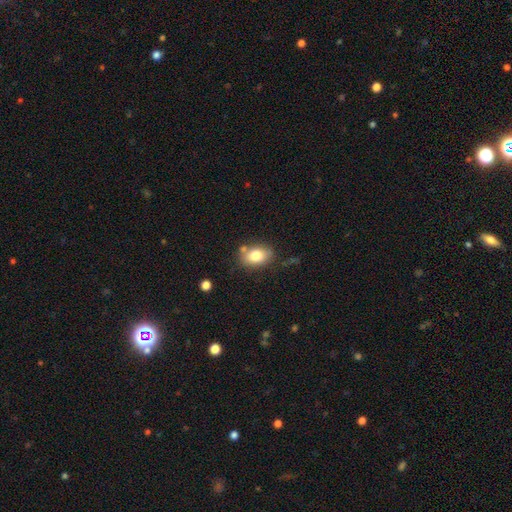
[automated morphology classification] smooth 79%, featured or disk 12%, star or artifact 9%. Down the decision tree: how rounded — in between (77%); merging — none (73%).